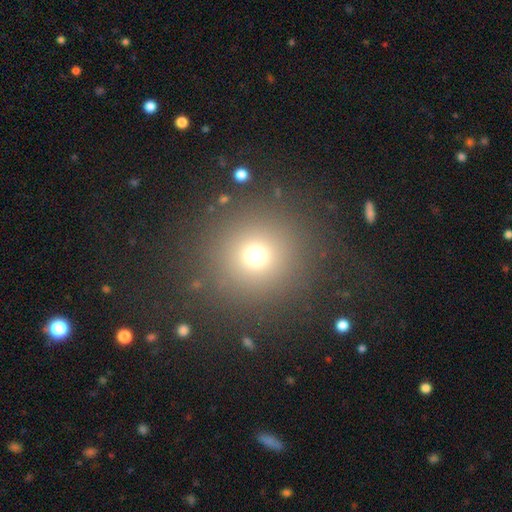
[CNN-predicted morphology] type=smooth (69%); roundness=round (94%); merging=none (86%).